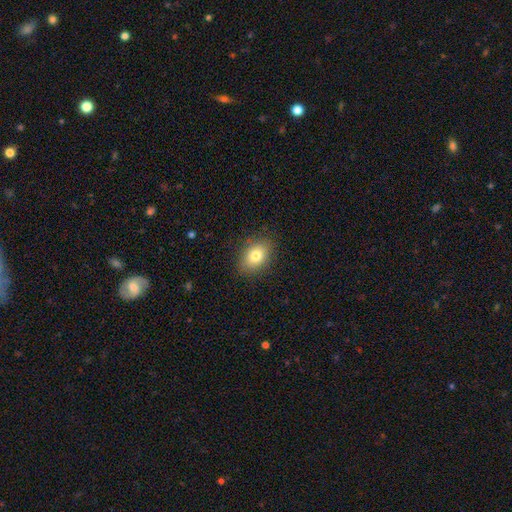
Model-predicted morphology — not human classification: Smooth or featured? Predicted: smooth (p=0.79). How rounded? Predicted: in between (p=0.74). Merging? Predicted: none (p=0.87).